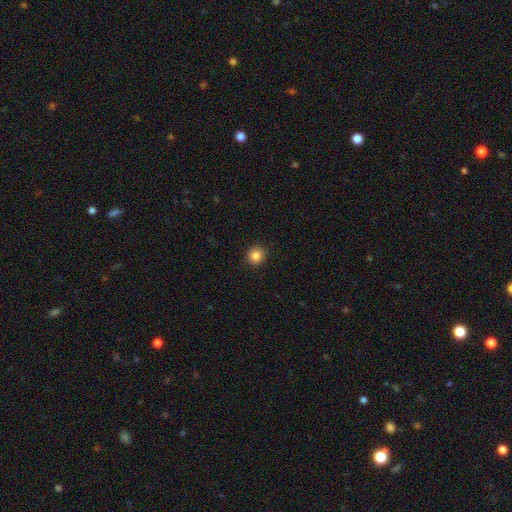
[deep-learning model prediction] This appears to be a smooth galaxy with no disk features (84%) that is round (91%). Merging: none (92%).